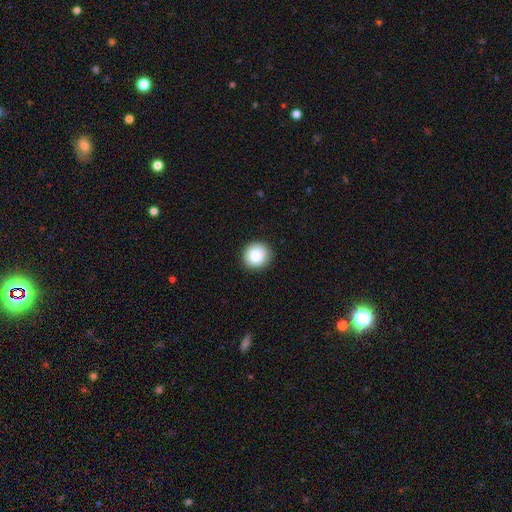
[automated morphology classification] smooth-or-featured: smooth: 84% | star or artifact: 9% | featured or disk: 7%
  how-rounded: round: 91% | in between: 8% | cigar-shaped: 1%
  merging: none: 90% | minor disturbance: 8% | major disturbance: 2% | merger: 1%